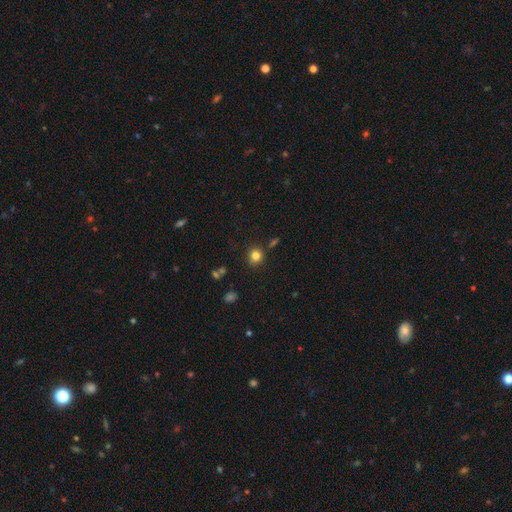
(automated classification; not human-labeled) Smooth or featured?
  - smooth: 81% *
  - star or artifact: 13%
  - featured or disk: 6%
How rounded?
  - round: 86% *
  - in between: 13%
  - cigar-shaped: 1%
Merging?
  - none: 83% *
  - minor disturbance: 10%
  - merger: 4%
  - major disturbance: 3%